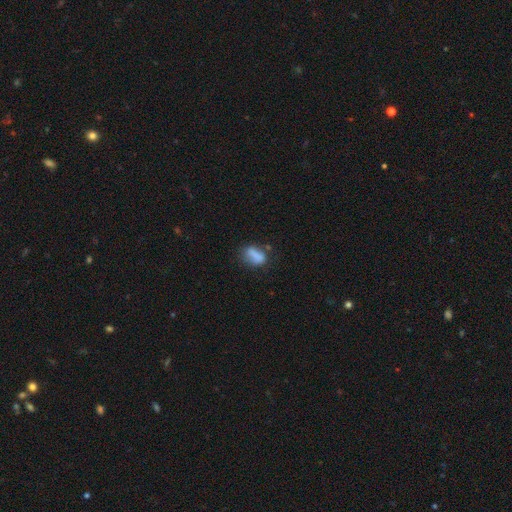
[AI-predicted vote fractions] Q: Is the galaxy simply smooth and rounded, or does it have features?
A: smooth — 75%.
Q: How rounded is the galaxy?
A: in between — 80%.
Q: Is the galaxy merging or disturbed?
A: none — 45%.